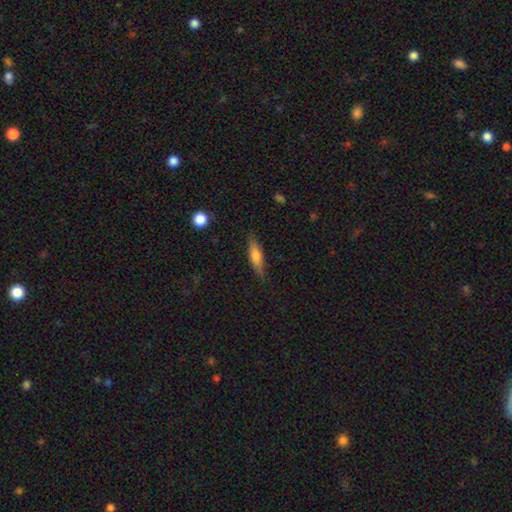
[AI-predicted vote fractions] A smooth galaxy with no disk features (60%) that is cigar-shaped (63%). Merging: none (81%).